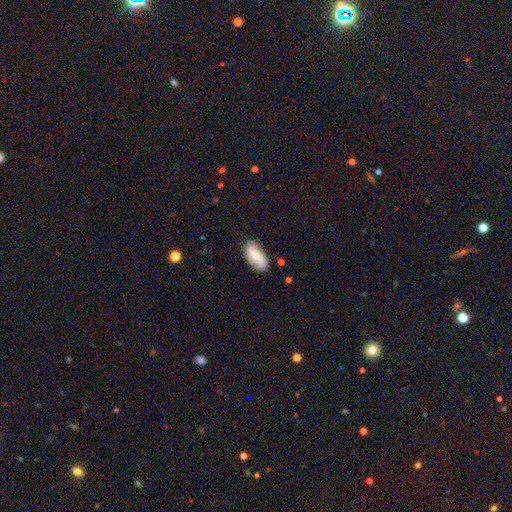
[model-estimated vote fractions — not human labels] smooth_or_featured: smooth (p=0.58) [alt: featured or disk p=0.35]
how_rounded: in between (p=0.89) [alt: cigar-shaped p=0.08]
merging: none (p=0.81) [alt: minor disturbance p=0.15]